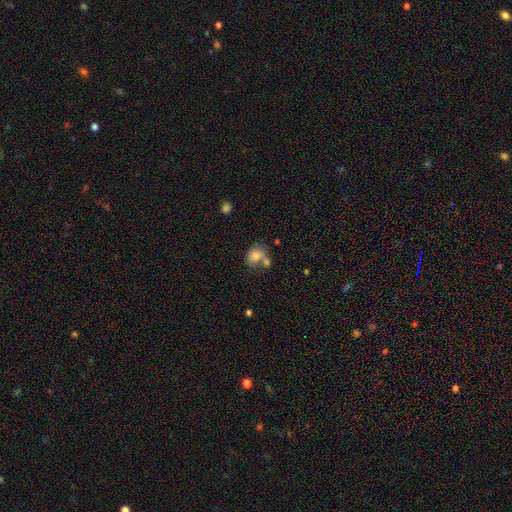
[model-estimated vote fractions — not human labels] smooth 74%, featured or disk 17%, star or artifact 9%. Down the decision tree: how rounded — in between (51%); merging — merger (41%).